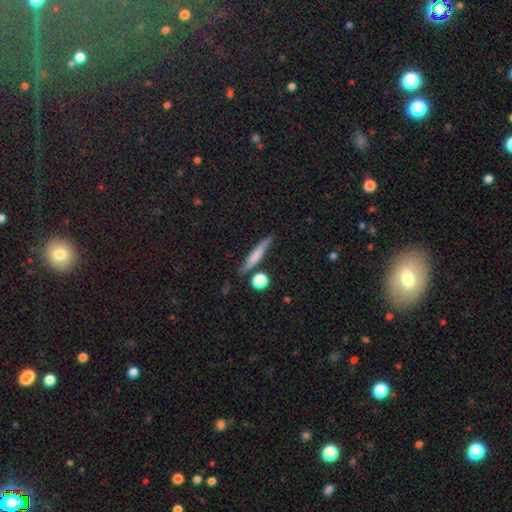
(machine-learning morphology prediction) A smooth galaxy with no disk features (58%) that is cigar-shaped (88%).

Vote fractions:
- Smooth or featured? smooth: 58% / featured or disk: 34% / star or artifact: 8%
- How rounded? cigar-shaped: 88% / in between: 7% / round: 4%
- Merging? none: 78% / minor disturbance: 13% / merger: 6% / major disturbance: 4%